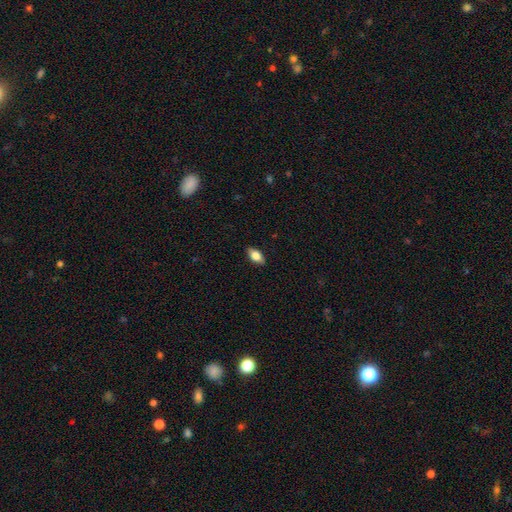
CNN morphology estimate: Smooth or featured: smooth — 73% (featured or disk — 20%)
How rounded: in between — 87% (cigar-shaped — 9%)
Merging: none — 88% (minor disturbance — 9%)